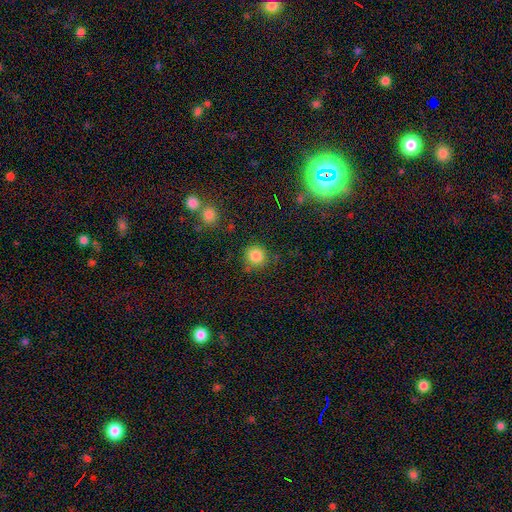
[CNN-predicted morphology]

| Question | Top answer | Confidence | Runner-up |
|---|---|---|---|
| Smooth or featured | smooth | 84% | star or artifact (11%) |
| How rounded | round | 92% | in between (7%) |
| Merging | none | 81% | minor disturbance (12%) |